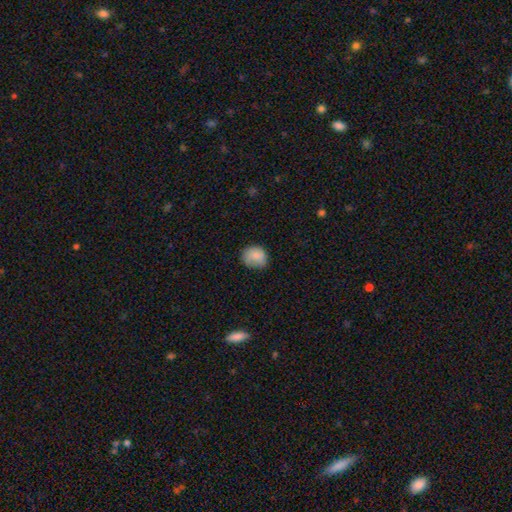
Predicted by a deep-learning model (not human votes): Morphology: type=smooth (84%); roundness=round (69%); merging=none (67%).